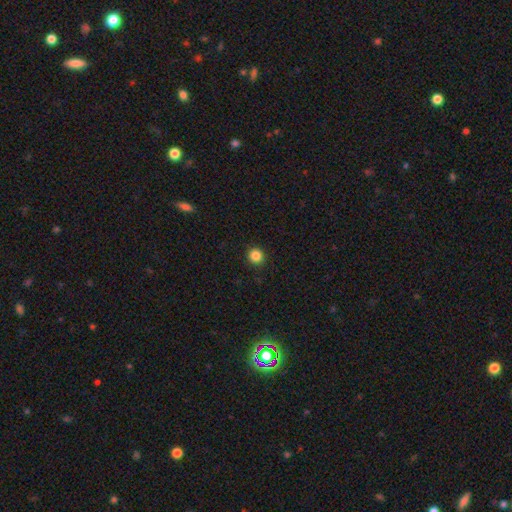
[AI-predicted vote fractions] smooth 85%, star or artifact 12%, featured or disk 3%. Down the decision tree: how rounded — round (94%); merging — none (93%).